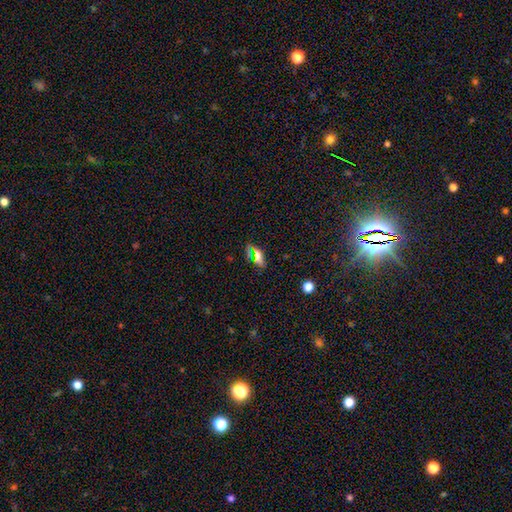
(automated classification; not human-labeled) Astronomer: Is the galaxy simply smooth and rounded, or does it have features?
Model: smooth — 58%.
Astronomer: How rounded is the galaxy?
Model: in between — 75%.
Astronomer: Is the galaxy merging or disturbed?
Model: none — 82%.